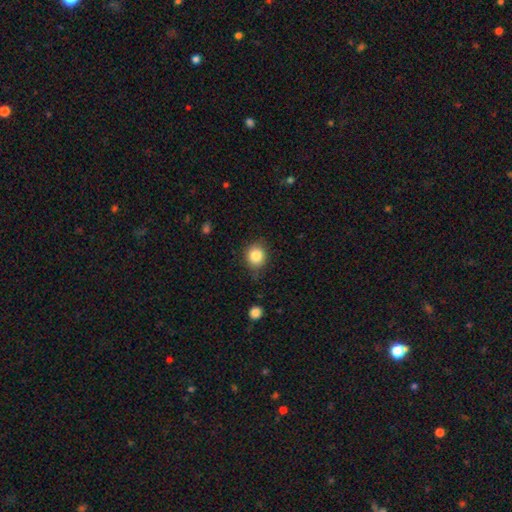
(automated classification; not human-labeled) Q: Smooth or featured?
A: smooth (84%); runner-up: star or artifact (10%)
Q: How rounded?
A: round (77%); runner-up: in between (22%)
Q: Merging?
A: none (80%); runner-up: minor disturbance (15%)